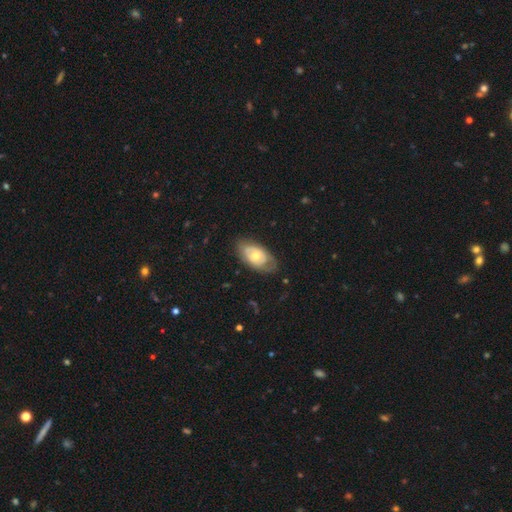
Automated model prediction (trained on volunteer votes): Smooth or featured?
  - featured or disk: 54% *
  - smooth: 40%
  - star or artifact: 6%
Edge-on disk?
  - no: 90% *
  - yes: 10%
Merging?
  - none: 67% *
  - minor disturbance: 24%
  - major disturbance: 8%
  - merger: 1%